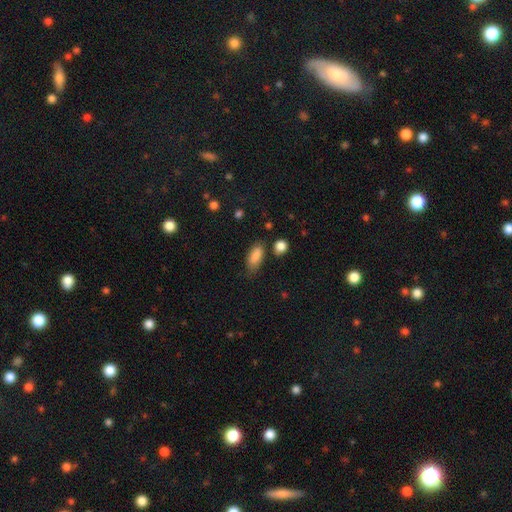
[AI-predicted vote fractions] Smooth or featured: smooth — 86% (star or artifact — 7%)
How rounded: in between — 80% (cigar-shaped — 17%)
Merging: none — 69% (minor disturbance — 21%)